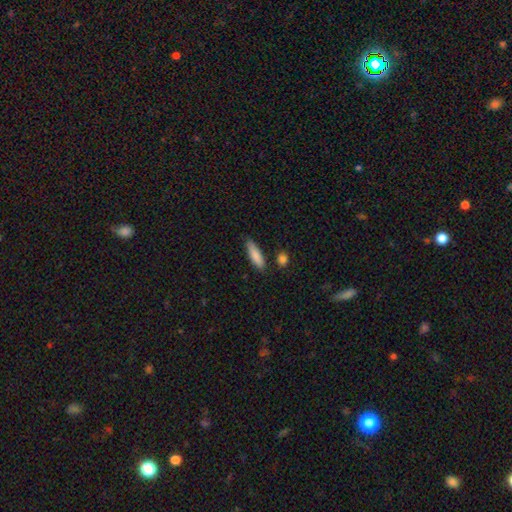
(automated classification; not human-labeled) Smooth or featured? smooth (84%)
How rounded? cigar-shaped (56%)
Merging? none (79%)